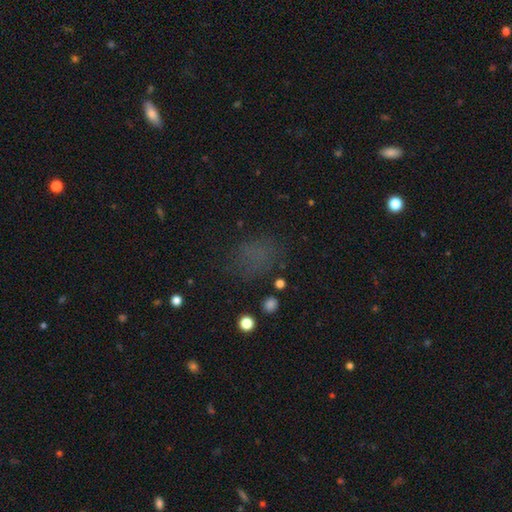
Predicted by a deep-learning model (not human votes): The model was most divided on "how rounded": in between: 55%, round: 43%, cigar-shaped: 2%. More confident: merging — none (67%); smooth or featured — smooth (59%).